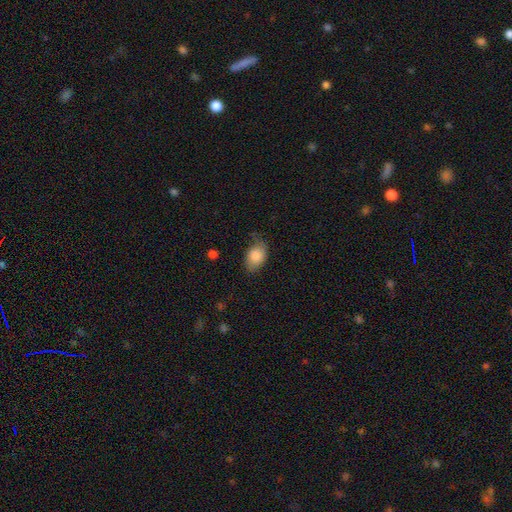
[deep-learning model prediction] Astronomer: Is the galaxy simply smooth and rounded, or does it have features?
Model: smooth — 80%.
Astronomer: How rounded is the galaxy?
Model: in between — 86%.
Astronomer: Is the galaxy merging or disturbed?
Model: none — 59%.